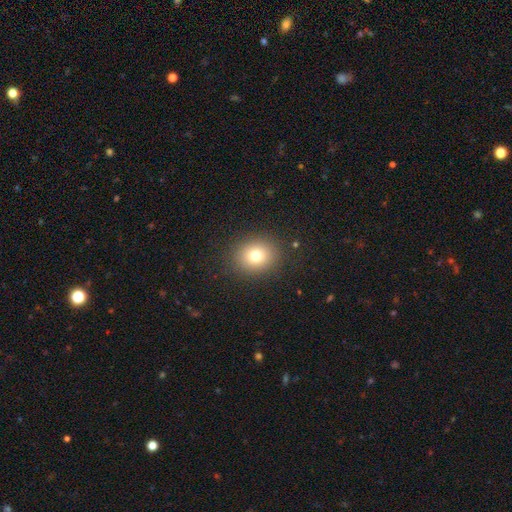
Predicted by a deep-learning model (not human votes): smooth 75%, star or artifact 14%, featured or disk 10%. Down the decision tree: how rounded — round (73%); merging — none (89%).